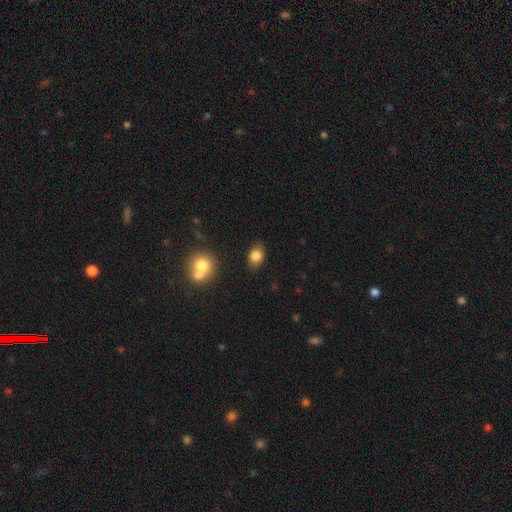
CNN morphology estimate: smooth 84%, star or artifact 9%, featured or disk 7%. Down the decision tree: how rounded — in between (71%); merging — none (81%).